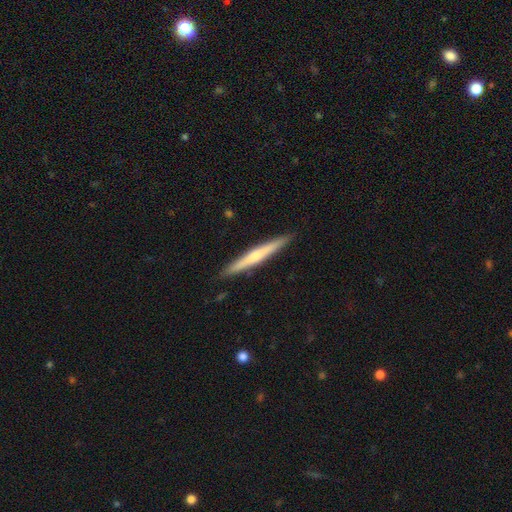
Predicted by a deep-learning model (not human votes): This appears to be a featured or disk galaxy (53%) viewed edge-on (97%) with a rounded central bulge (54%). Merging: none (91%).